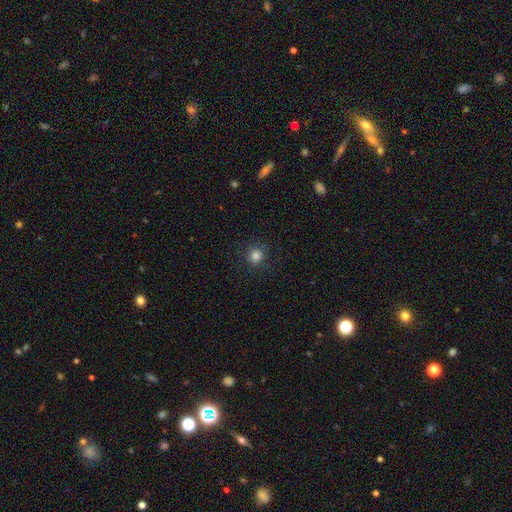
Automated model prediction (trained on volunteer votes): This appears to be a smooth galaxy with no disk features (83%) that is round (93%). Merging: none (88%).